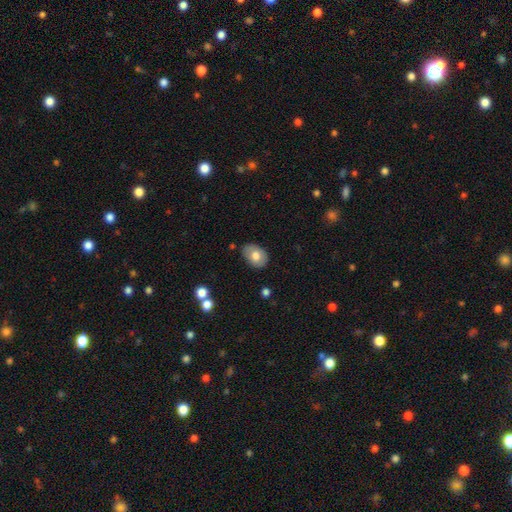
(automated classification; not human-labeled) The model was most divided on "smooth or featured": smooth: 73%, featured or disk: 20%, star or artifact: 7%. More confident: merging — none (80%); how rounded — in between (78%).